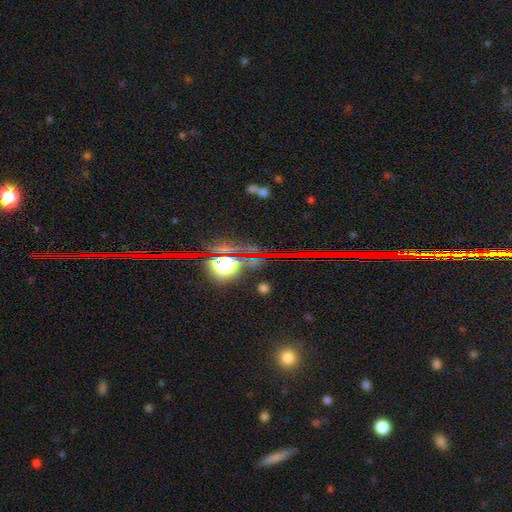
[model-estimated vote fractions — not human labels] The model was most divided on "smooth or featured": star or artifact: 80%, smooth: 10%, featured or disk: 10%.